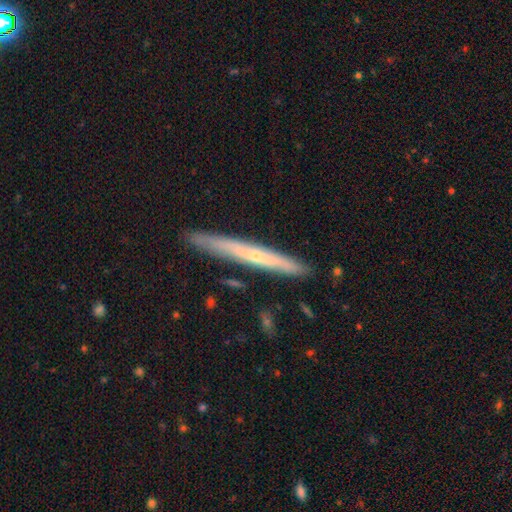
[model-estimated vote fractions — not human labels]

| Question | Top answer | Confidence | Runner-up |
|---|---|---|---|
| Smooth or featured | featured or disk | 58% | smooth (36%) |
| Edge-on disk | yes | 94% | no (6%) |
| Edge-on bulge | none | 52% | rounded (45%) |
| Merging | none | 88% | minor disturbance (9%) |